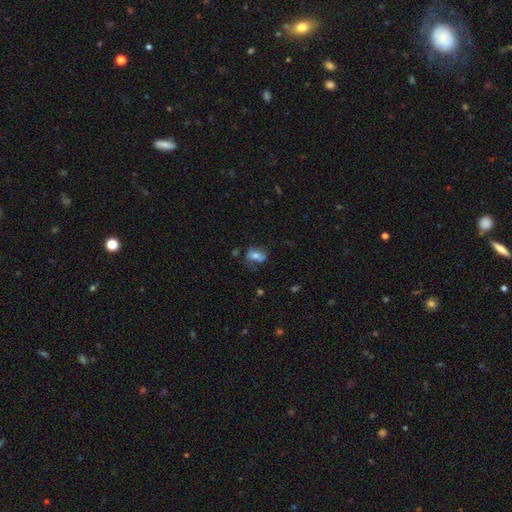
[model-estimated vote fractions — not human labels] Smooth or featured? Predicted: smooth (p=0.62). How rounded? Predicted: in between (p=0.75). Merging? Predicted: none (p=0.56).